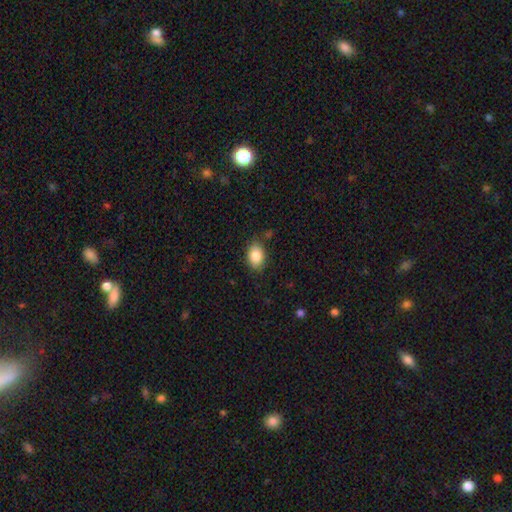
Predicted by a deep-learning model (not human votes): Smooth or featured: smooth — 86% (star or artifact — 8%)
How rounded: in between — 82% (round — 17%)
Merging: none — 81% (minor disturbance — 14%)